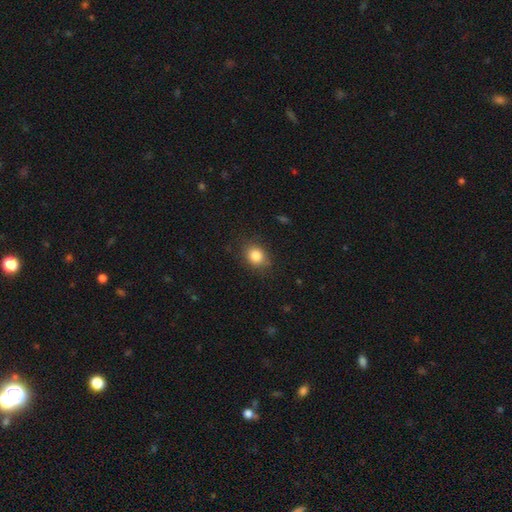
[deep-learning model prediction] Smooth or featured? Predicted: smooth (p=0.84). How rounded? Predicted: round (p=0.50). Merging? Predicted: none (p=0.81).